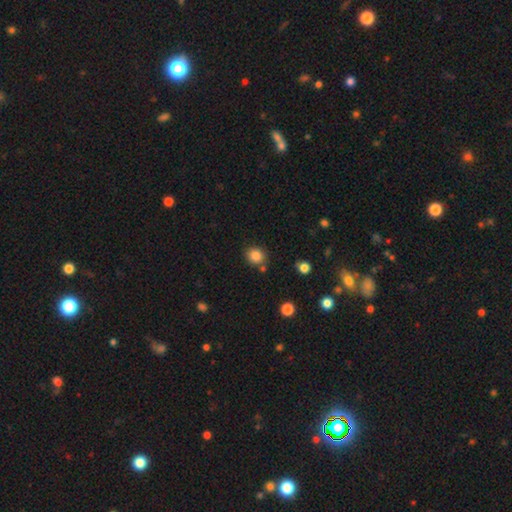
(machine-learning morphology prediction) smooth_or_featured: smooth (p=0.84) [alt: star or artifact p=0.11]
how_rounded: round (p=0.82) [alt: in between p=0.17]
merging: none (p=0.81) [alt: minor disturbance p=0.10]